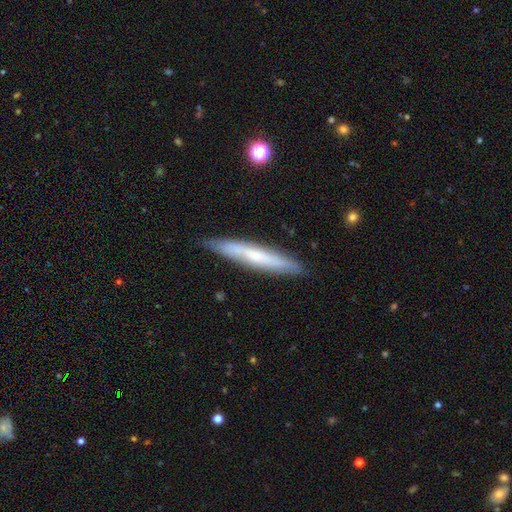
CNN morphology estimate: smooth-or-featured: smooth: 50% | featured or disk: 44% | star or artifact: 6%
  merging: none: 84% | minor disturbance: 12% | major disturbance: 2% | merger: 2%